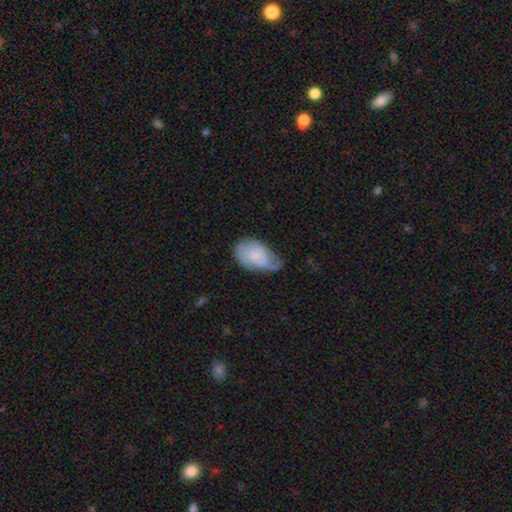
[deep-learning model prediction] smooth-or-featured: smooth: 56% | featured or disk: 38% | star or artifact: 6%
  how-rounded: in between: 91% | round: 8% | cigar-shaped: 2%
  merging: minor disturbance: 44% | none: 36% | major disturbance: 17% | merger: 3%